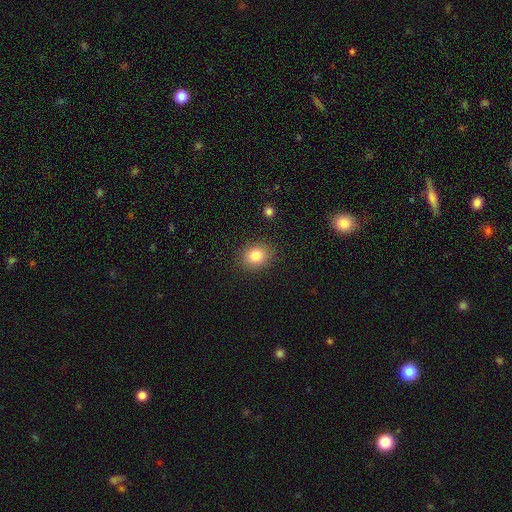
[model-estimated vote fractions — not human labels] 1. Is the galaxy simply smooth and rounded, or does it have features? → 82% smooth, 11% star or artifact, 8% featured or disk.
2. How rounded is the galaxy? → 59% round, 40% in between, 1% cigar-shaped.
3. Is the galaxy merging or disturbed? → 87% none, 8% minor disturbance, 3% major disturbance, 1% merger.